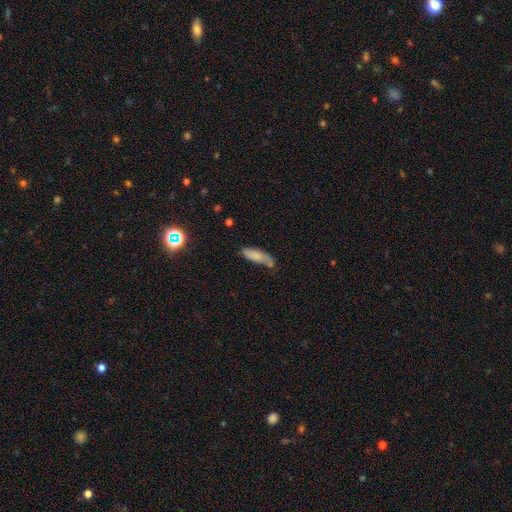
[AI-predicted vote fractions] Overall: smooth (76%). How rounded: in between (53%; cigar-shaped 45%). Merging: none (50%; minor disturbance 31%).